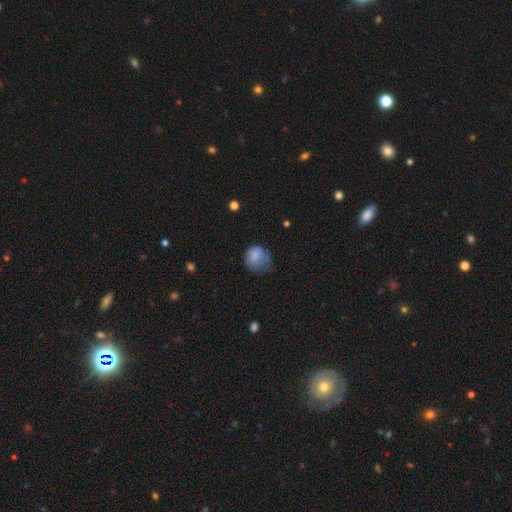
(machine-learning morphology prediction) The model was most divided on "merging": none: 38%, minor disturbance: 36%, major disturbance: 24%, merger: 2%. More confident: smooth or featured — smooth (80%); how rounded — round (67%).